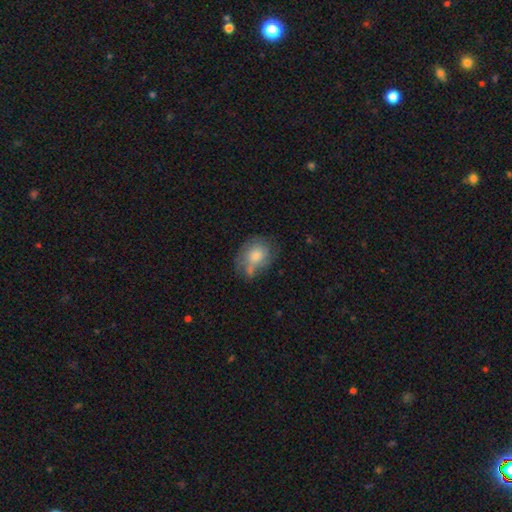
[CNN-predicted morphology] smooth_or_featured: smooth (p=0.65) [alt: featured or disk p=0.27]
how_rounded: in between (p=0.55) [alt: round p=0.43]
merging: none (p=0.49) [alt: minor disturbance p=0.28]